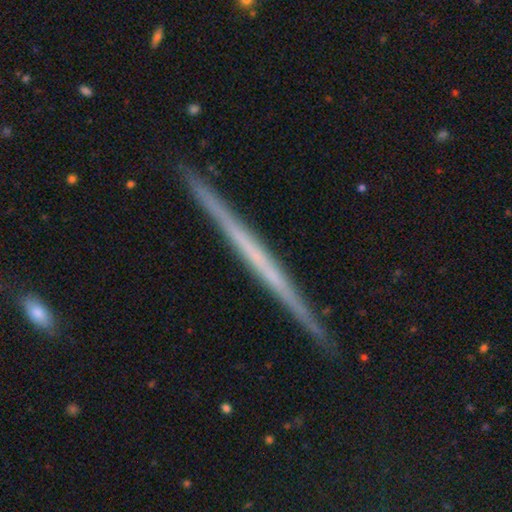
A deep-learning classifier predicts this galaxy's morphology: This appears to be a featured or disk galaxy (67%) viewed edge-on (98%) with no central bulge (90%). Merging: none (92%).